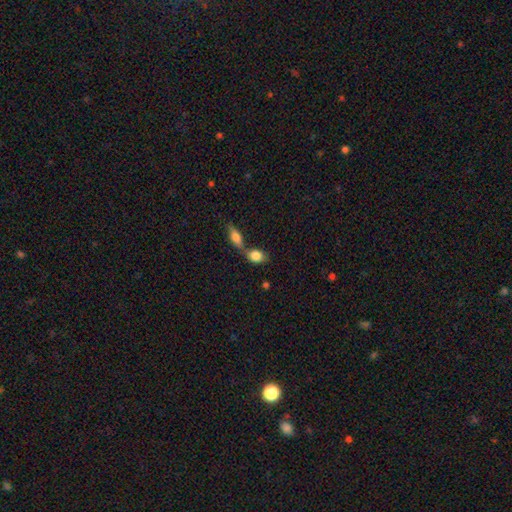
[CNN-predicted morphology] smooth-or-featured: smooth: 84% | featured or disk: 9% | star or artifact: 7%
  how-rounded: in between: 62% | round: 34% | cigar-shaped: 3%
  merging: merger: 44% | none: 42% | minor disturbance: 10% | major disturbance: 4%